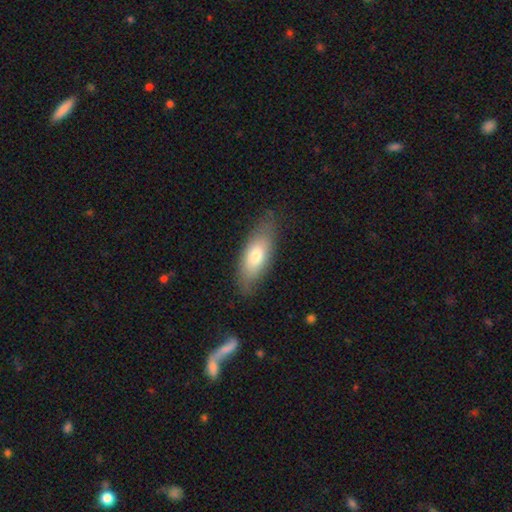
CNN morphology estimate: Smooth or featured: smooth — 69% (featured or disk — 24%)
How rounded: in between — 76% (cigar-shaped — 22%)
Merging: none — 77% (minor disturbance — 17%)